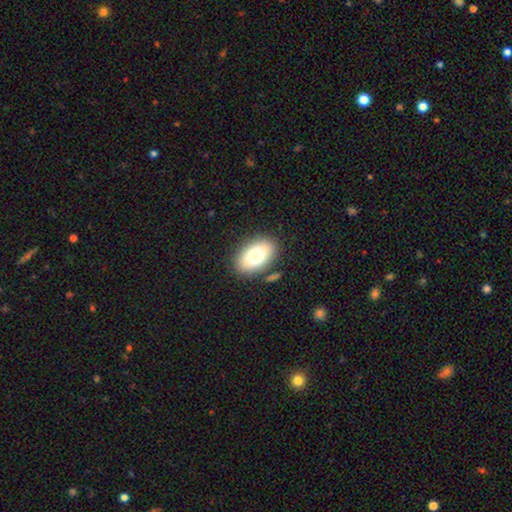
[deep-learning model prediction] Morphology: type=smooth (75%); roundness=in between (89%); merging=none (82%).